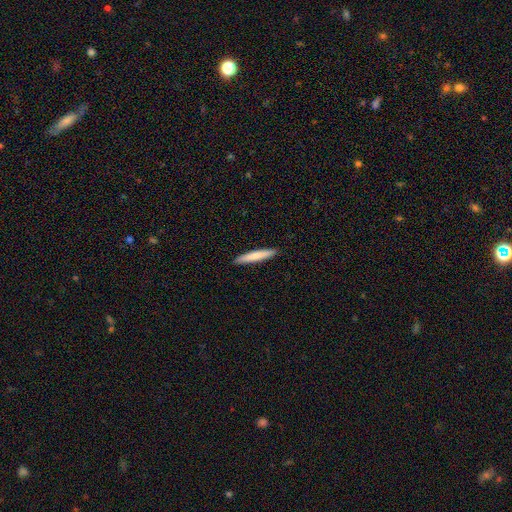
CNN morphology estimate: Q: Smooth or featured?
A: smooth (74%); runner-up: featured or disk (21%)
Q: How rounded?
A: cigar-shaped (94%); runner-up: in between (5%)
Q: Merging?
A: none (92%); runner-up: minor disturbance (6%)